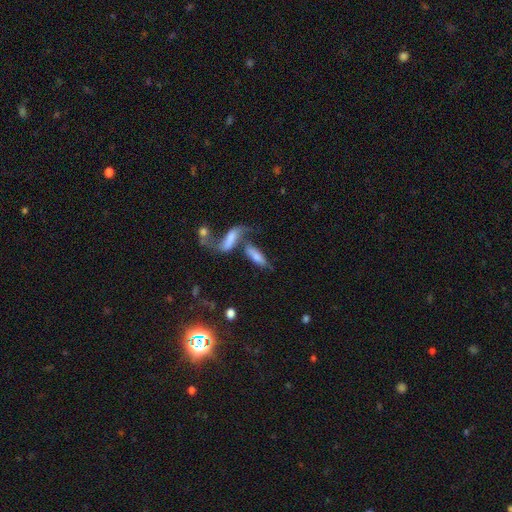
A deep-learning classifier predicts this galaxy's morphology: A smooth galaxy with no disk features (64%) that is in between round and cigar-shaped (53%). Merging: merger (47%).